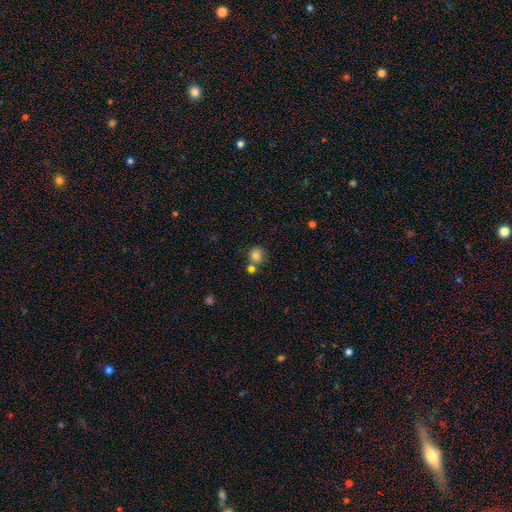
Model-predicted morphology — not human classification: A smooth galaxy with no disk features (82%) that is round (87%).

Vote fractions:
- Smooth or featured? smooth: 82% / star or artifact: 11% / featured or disk: 7%
- How rounded? round: 87% / in between: 12% / cigar-shaped: 1%
- Merging? none: 59% / merger: 28% / minor disturbance: 10% / major disturbance: 3%